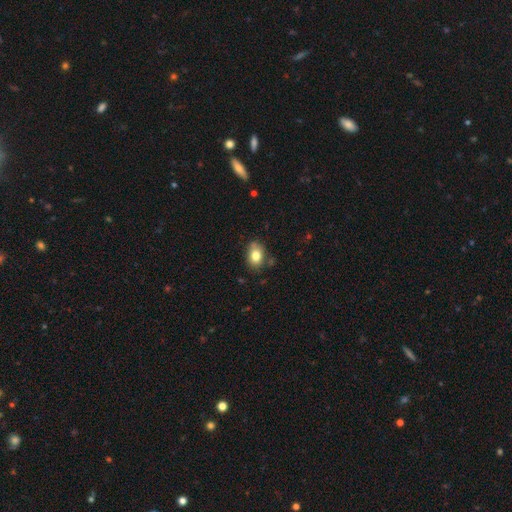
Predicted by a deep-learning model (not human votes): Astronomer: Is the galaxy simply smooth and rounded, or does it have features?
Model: smooth — 80%.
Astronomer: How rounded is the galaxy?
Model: in between — 77%.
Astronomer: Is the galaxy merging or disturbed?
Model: none — 72%.